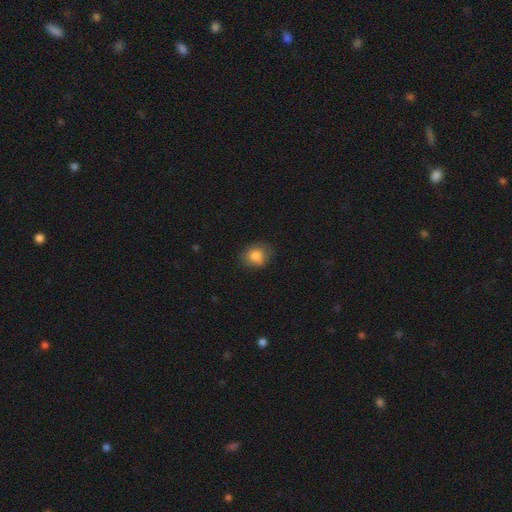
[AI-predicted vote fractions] Q: Smooth or featured?
A: smooth (84%); runner-up: star or artifact (9%)
Q: How rounded?
A: round (65%); runner-up: in between (34%)
Q: Merging?
A: none (76%); runner-up: minor disturbance (18%)